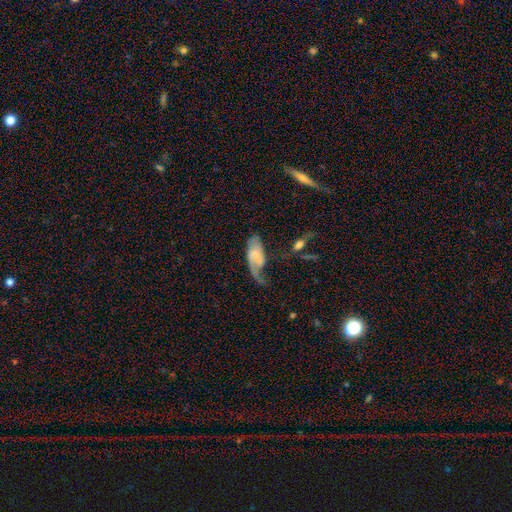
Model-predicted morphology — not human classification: A featured or disk galaxy (59%) with no bar (48%), spiral arms (83%) and no central bulge (37%).

Vote fractions:
- Smooth or featured? featured or disk: 59% / smooth: 35% / star or artifact: 7%
- Edge-on disk? no: 93% / yes: 7%
- Bar? no: 48% / weak: 40% / strong: 12%
- Spiral arms? yes: 83% / no: 17%
- Bulge size? none: 37% / small: 34% / moderate: 20% / large: 7% / dominant: 2%
- Merging? major disturbance: 44% / none: 27% / minor disturbance: 23% / merger: 6%